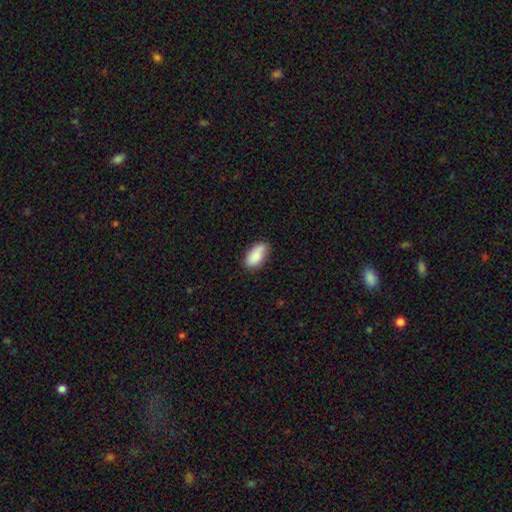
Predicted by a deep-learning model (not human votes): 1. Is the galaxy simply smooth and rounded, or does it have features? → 86% smooth, 7% featured or disk, 7% star or artifact.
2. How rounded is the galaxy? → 92% in between, 5% cigar-shaped, 3% round.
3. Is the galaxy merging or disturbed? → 75% none, 20% minor disturbance, 3% major disturbance, 2% merger.